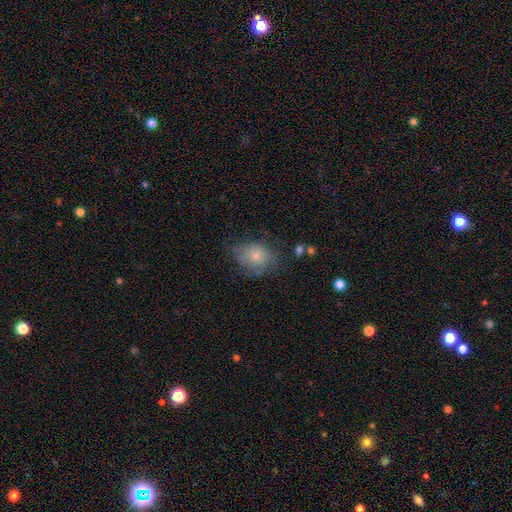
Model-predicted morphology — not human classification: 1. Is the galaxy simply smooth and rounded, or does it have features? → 73% smooth, 18% featured or disk, 9% star or artifact.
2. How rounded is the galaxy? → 56% in between, 43% round, 1% cigar-shaped.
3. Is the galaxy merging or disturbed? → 51% none, 32% minor disturbance, 15% major disturbance, 2% merger.